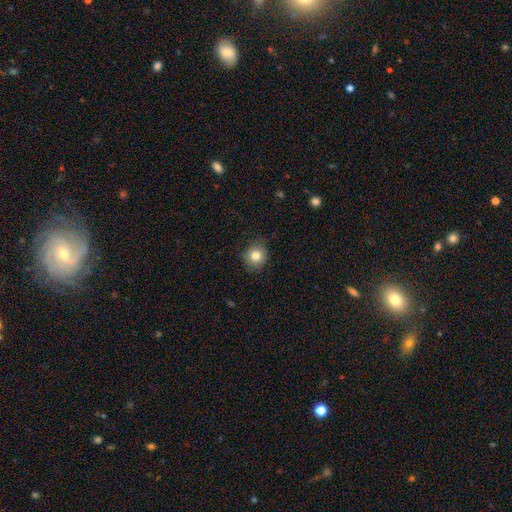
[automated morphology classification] smooth-or-featured: smooth: 81% | star or artifact: 10% | featured or disk: 9%
  how-rounded: round: 81% | in between: 18% | cigar-shaped: 1%
  merging: none: 84% | minor disturbance: 12% | major disturbance: 3% | merger: 1%